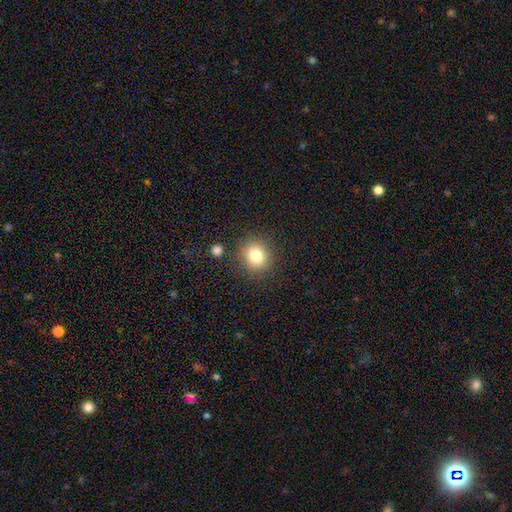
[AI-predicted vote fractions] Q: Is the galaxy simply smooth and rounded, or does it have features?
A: smooth — 80%.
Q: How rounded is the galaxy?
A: round — 84%.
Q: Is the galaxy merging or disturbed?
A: none — 86%.